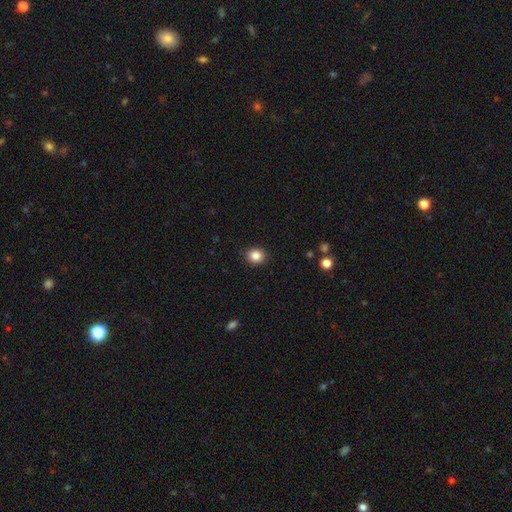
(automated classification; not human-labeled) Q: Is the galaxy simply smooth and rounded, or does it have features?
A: smooth — 85%.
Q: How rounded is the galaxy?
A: round — 73%.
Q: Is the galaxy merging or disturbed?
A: none — 89%.